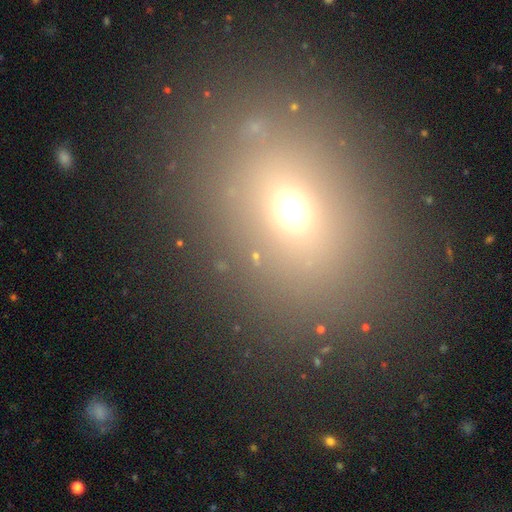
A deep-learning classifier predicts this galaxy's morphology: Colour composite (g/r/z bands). It shows a smooth galaxy with no disk features (64%) that is in between round and cigar-shaped (50%). Merging: none (82%).